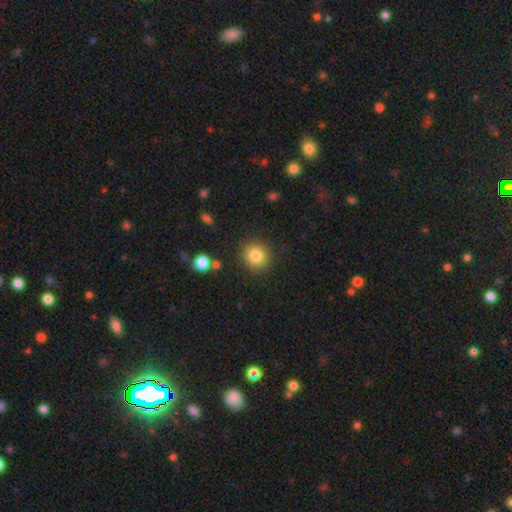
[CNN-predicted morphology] Smooth or featured? Predicted: smooth (p=0.83). How rounded? Predicted: round (p=0.90). Merging? Predicted: none (p=0.88).